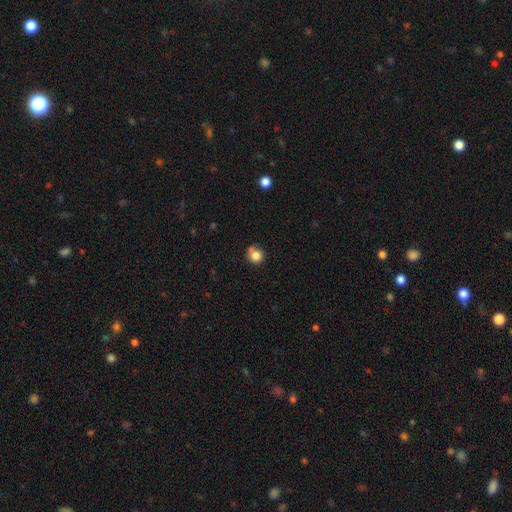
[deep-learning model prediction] This is clearly a smooth galaxy (82%). How rounded: clearly round (87%). Merging: likely none (63%).